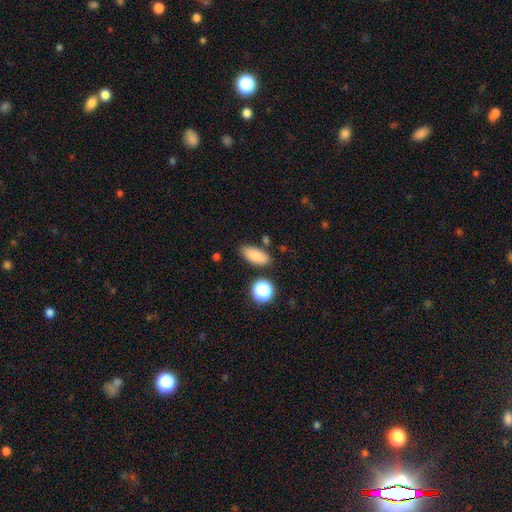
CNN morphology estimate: This is clearly a smooth galaxy (83%). How rounded: clearly in between (82%). Merging: likely none (80%).